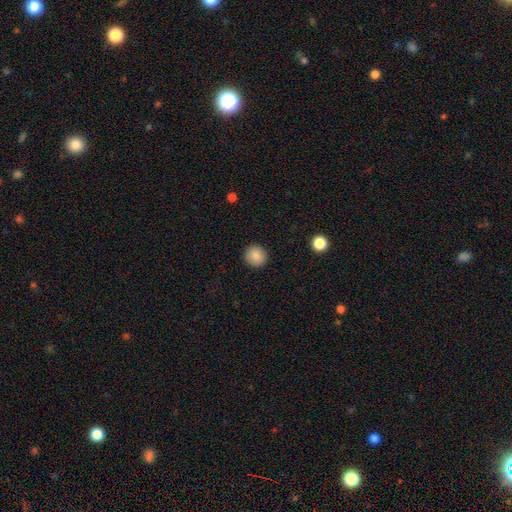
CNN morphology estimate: A smooth galaxy with no disk features (87%) that is round (93%).

Vote fractions:
- Smooth or featured? smooth: 87% / star or artifact: 9% / featured or disk: 4%
- How rounded? round: 93% / in between: 6% / cigar-shaped: 1%
- Merging? none: 92% / minor disturbance: 5% / major disturbance: 2% / merger: 1%